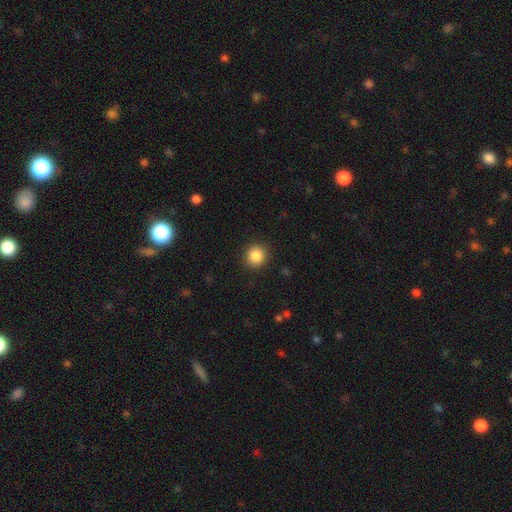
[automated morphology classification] Smooth or featured? Predicted: smooth (p=0.87). How rounded? Predicted: round (p=0.91). Merging? Predicted: none (p=0.91).